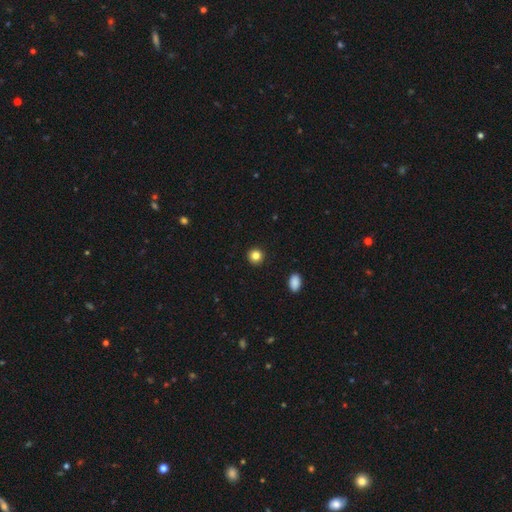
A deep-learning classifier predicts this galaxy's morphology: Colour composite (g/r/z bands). It shows a smooth galaxy with no disk features (84%) that is round (92%). Merging: none (93%).